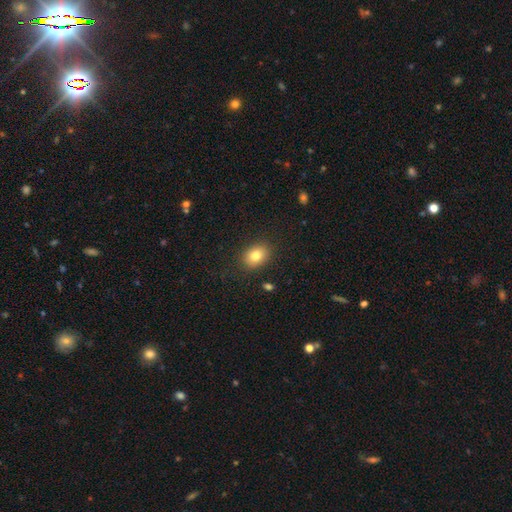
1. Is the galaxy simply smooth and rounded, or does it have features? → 73% smooth, 16% featured or disk, 11% star or artifact.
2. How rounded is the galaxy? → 67% in between, 33% round, 0% cigar-shaped.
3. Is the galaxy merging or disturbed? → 91% none, 6% minor disturbance, 3% merger, 0% major disturbance.